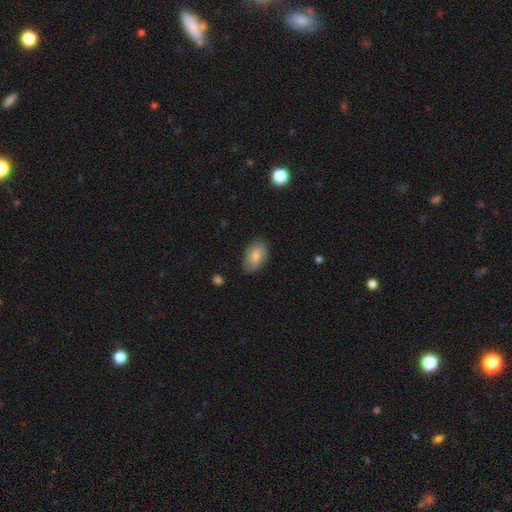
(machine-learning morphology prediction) smooth_or_featured: smooth (p=0.80) [alt: featured or disk p=0.13]
how_rounded: in between (p=0.90) [alt: round p=0.09]
merging: none (p=0.80) [alt: minor disturbance p=0.16]